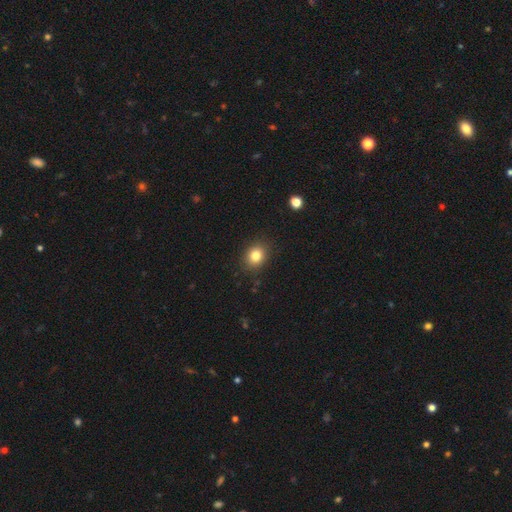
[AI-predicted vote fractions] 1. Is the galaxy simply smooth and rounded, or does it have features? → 82% smooth, 11% star or artifact, 7% featured or disk.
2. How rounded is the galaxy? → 53% round, 46% in between, 1% cigar-shaped.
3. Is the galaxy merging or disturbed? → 87% none, 9% minor disturbance, 3% major disturbance, 1% merger.